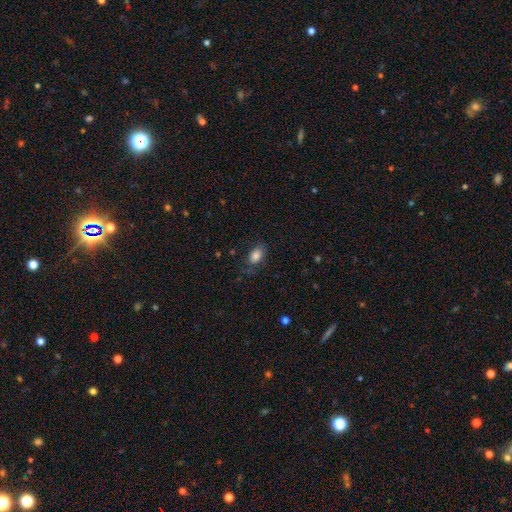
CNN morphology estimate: Smooth or featured? Predicted: smooth (p=0.84). How rounded? Predicted: in between (p=0.88). Merging? Predicted: none (p=0.72).